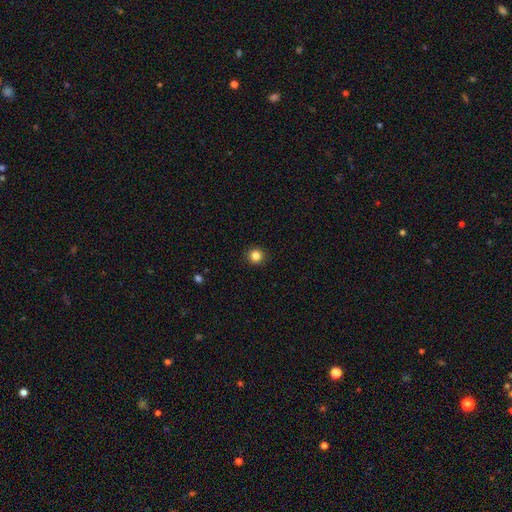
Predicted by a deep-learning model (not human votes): smooth_or_featured: smooth (p=0.84) [alt: star or artifact p=0.12]
how_rounded: round (p=0.94) [alt: in between p=0.05]
merging: none (p=0.92) [alt: minor disturbance p=0.05]